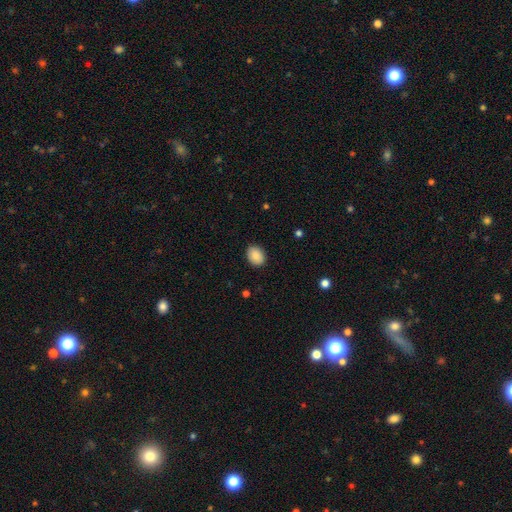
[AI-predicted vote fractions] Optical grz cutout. It shows a smooth galaxy with no disk features (89%) that is in between round and cigar-shaped (69%). Merging: none (88%).